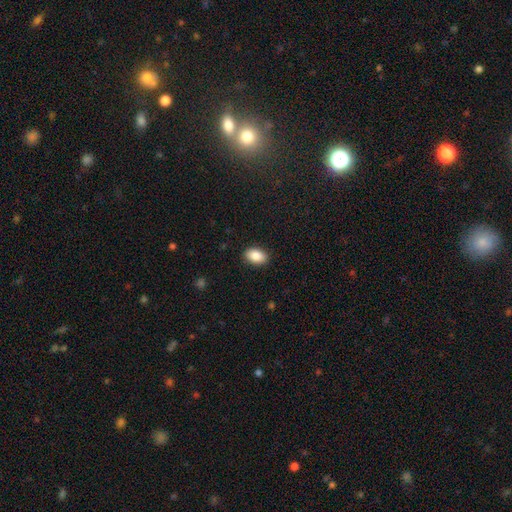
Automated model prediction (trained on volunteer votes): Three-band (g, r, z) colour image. It shows a smooth galaxy with no disk features (88%) that is in between round and cigar-shaped (89%). Merging: none (89%).